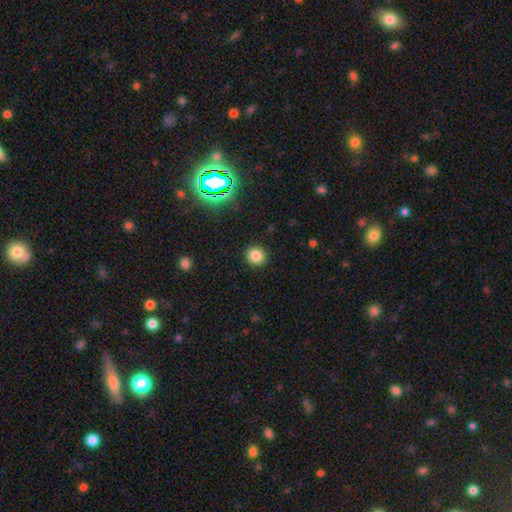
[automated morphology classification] Smooth or featured: smooth — 82% (star or artifact — 13%)
How rounded: round — 94% (in between — 5%)
Merging: none — 92% (minor disturbance — 5%)